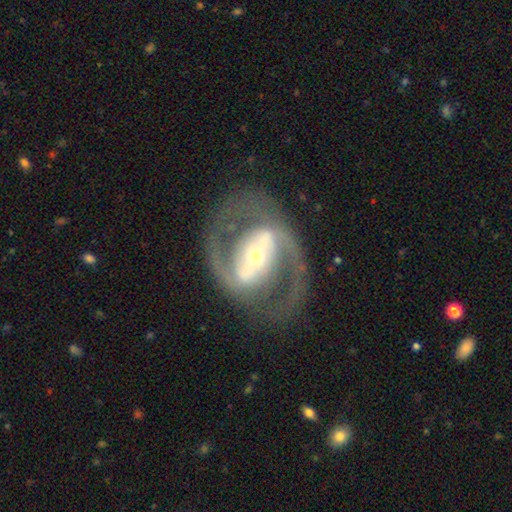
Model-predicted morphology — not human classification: type=featured or disk (90%); edge-on=no (96%); bar=strong (67%); spiral arms=yes (91%); winding=medium (59%); arm count=2 (92%); bulge=moderate (49%); merging=none (80%).